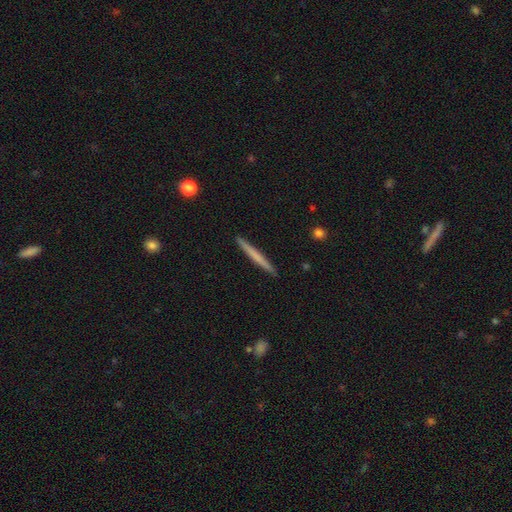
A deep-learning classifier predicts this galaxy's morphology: smooth-or-featured: smooth: 55% | featured or disk: 39% | star or artifact: 5%
  how-rounded: cigar-shaped: 97% | in between: 2% | round: 1%
  merging: none: 92% | minor disturbance: 5% | major disturbance: 1% | merger: 1%